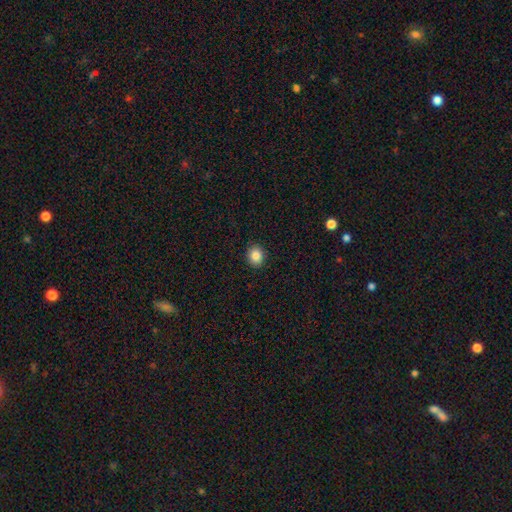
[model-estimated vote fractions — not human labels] This is clearly a smooth galaxy (85%). How rounded: likely round (67%). Merging: clearly none (91%).